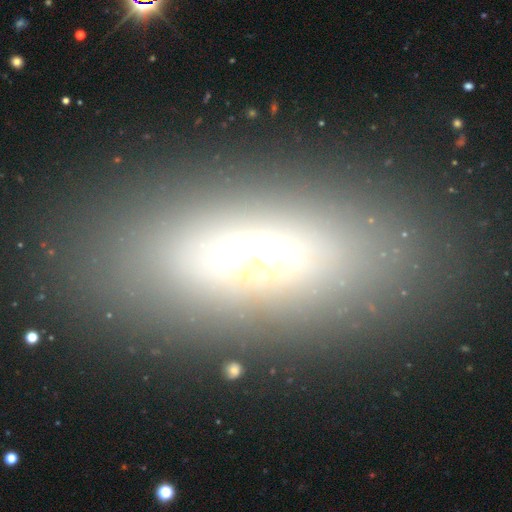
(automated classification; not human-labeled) Morphology: type=smooth (59%); roundness=in between (76%); merging=none (82%).